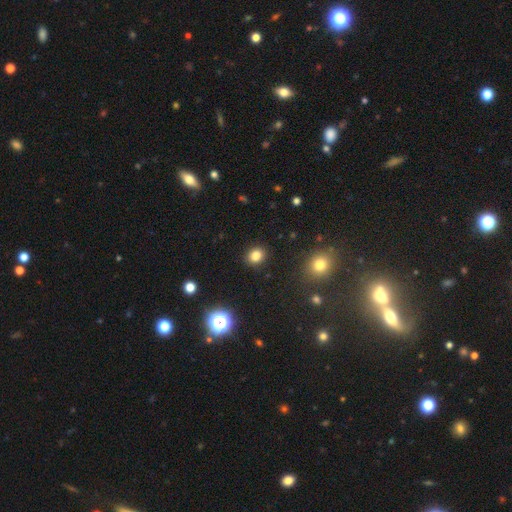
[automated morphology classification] smooth_or_featured: smooth (p=0.82) [alt: star or artifact p=0.13]
how_rounded: round (p=0.65) [alt: in between p=0.34]
merging: none (p=0.90) [alt: minor disturbance p=0.06]